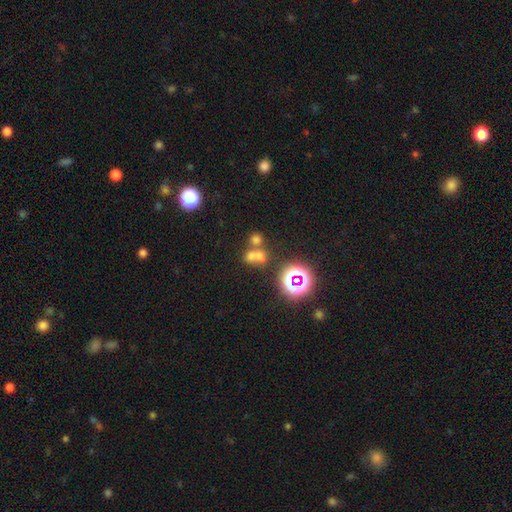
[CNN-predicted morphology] Smooth or featured: smooth — 55% (star or artifact — 30%)
How rounded: round — 68% (in between — 30%)
Merging: merger — 55% (none — 33%)